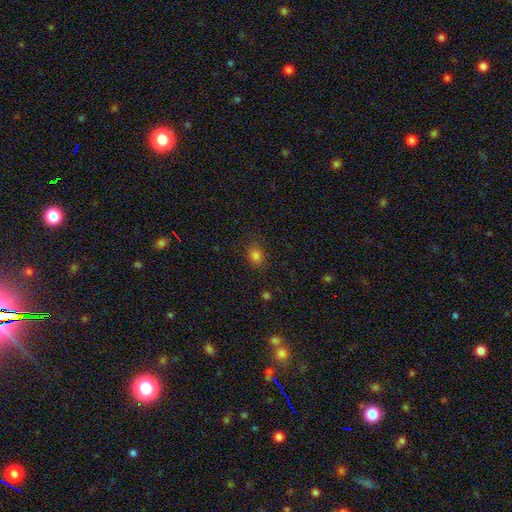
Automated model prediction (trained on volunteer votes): smooth-or-featured: smooth: 79% | star or artifact: 15% | featured or disk: 5%
  how-rounded: round: 58% | in between: 41% | cigar-shaped: 1%
  merging: none: 81% | minor disturbance: 14% | major disturbance: 4% | merger: 1%